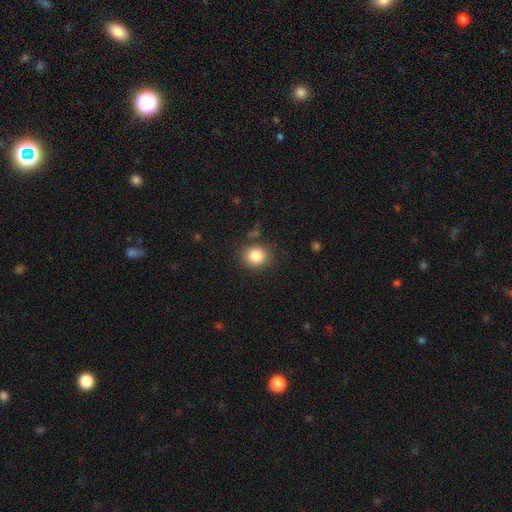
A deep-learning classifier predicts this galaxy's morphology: smooth-or-featured: smooth: 85% | star or artifact: 10% | featured or disk: 5%
  how-rounded: round: 74% | in between: 25% | cigar-shaped: 1%
  merging: none: 84% | minor disturbance: 11% | major disturbance: 3% | merger: 3%